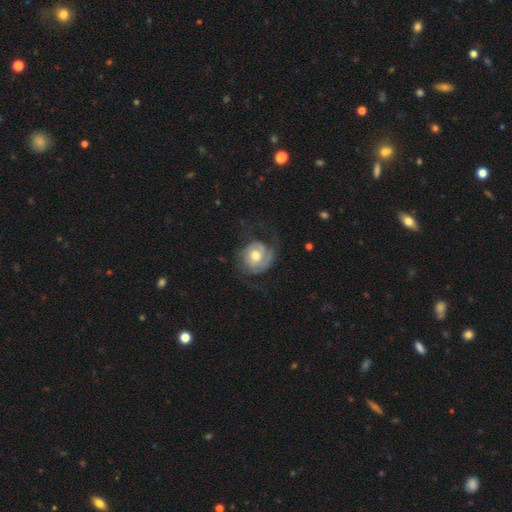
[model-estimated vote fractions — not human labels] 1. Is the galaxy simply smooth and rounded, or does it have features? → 77% featured or disk, 18% smooth, 5% star or artifact.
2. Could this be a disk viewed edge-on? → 97% no, 3% yes.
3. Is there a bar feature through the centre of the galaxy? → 66% no, 28% weak, 6% strong.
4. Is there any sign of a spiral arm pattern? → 91% yes, 9% no.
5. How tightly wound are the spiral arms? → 47% tight, 34% medium, 18% loose.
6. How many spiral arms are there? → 39% 2, 29% 1, 17% can't tell, 10% 3, 3% 4, 3% more than 4.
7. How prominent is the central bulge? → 73% moderate, 13% small, 12% large, 1% none, 1% dominant.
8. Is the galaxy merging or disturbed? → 56% none, 23% major disturbance, 19% minor disturbance, 1% merger.